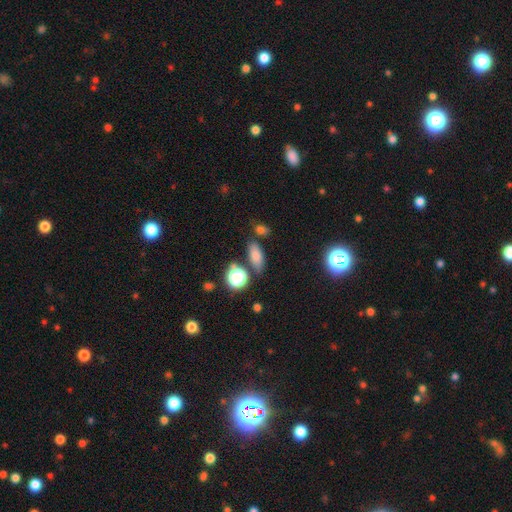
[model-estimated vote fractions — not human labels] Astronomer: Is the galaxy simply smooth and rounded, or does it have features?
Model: smooth — 75%.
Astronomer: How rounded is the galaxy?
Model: in between — 75%.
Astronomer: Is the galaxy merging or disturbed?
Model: none — 76%.